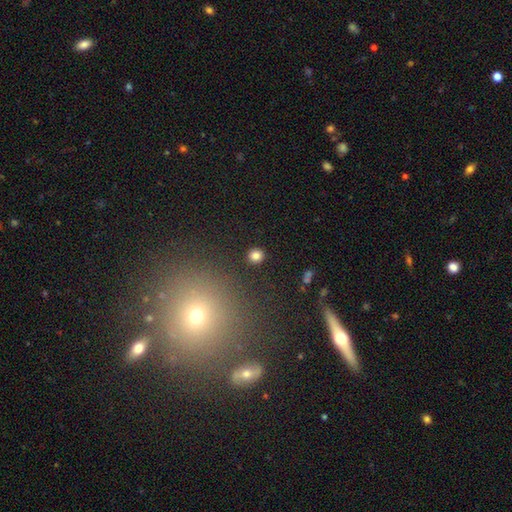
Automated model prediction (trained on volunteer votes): This appears to be a smooth galaxy with no disk features (82%) that is round (90%). Merging: none (91%).